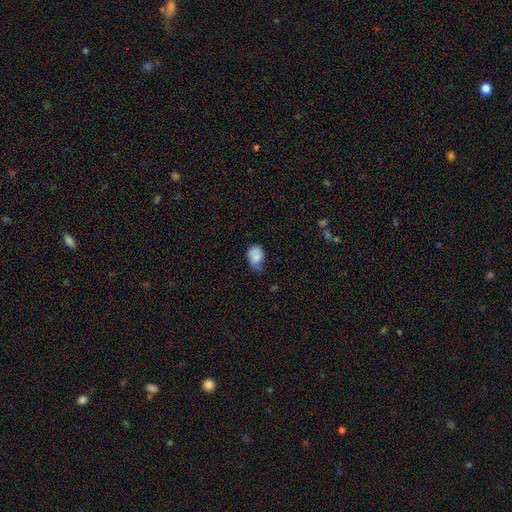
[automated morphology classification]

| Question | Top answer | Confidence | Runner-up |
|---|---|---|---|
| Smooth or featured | smooth | 81% | featured or disk (11%) |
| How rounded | in between | 73% | round (26%) |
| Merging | minor disturbance | 47% | none (34%) |